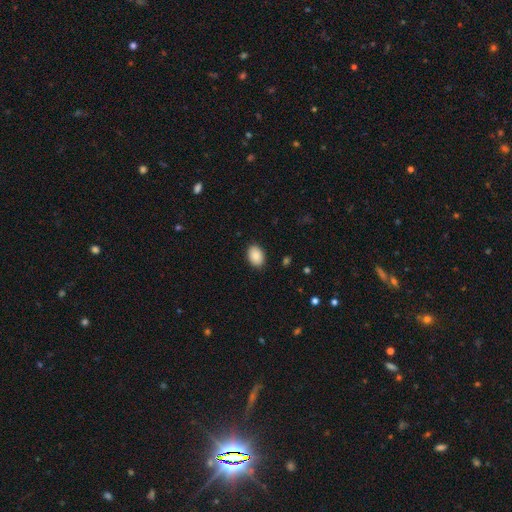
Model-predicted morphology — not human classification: Smooth or featured? Predicted: smooth (p=0.88). How rounded? Predicted: in between (p=0.81). Merging? Predicted: none (p=0.89).